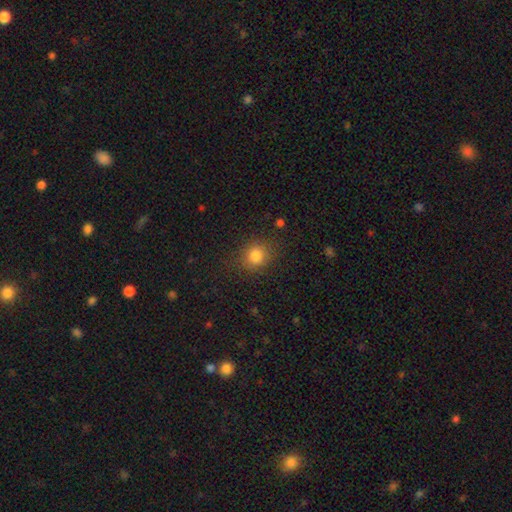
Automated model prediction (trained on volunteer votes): A smooth galaxy with no disk features (82%) that is round (82%). Merging: none (85%).